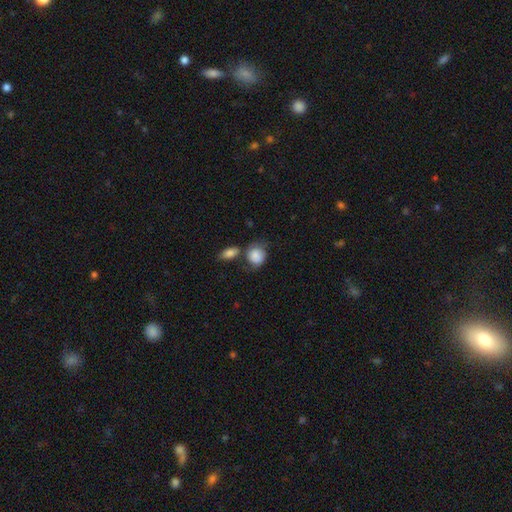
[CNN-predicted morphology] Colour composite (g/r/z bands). It shows a smooth galaxy with no disk features (78%) that is round (67%). Merging: none (43%).